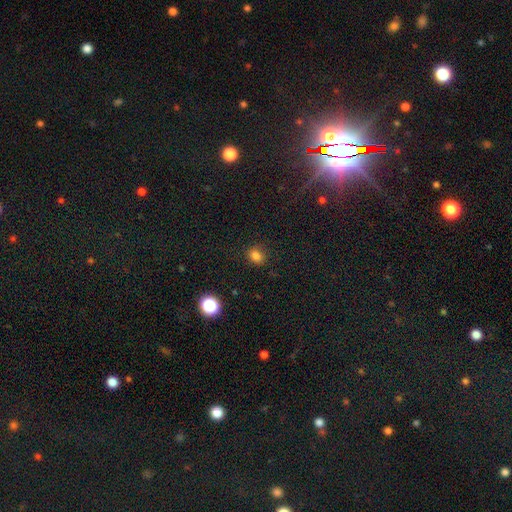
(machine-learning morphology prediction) Smooth or featured? smooth (81%)
How rounded? in between (51%)
Merging? none (84%)